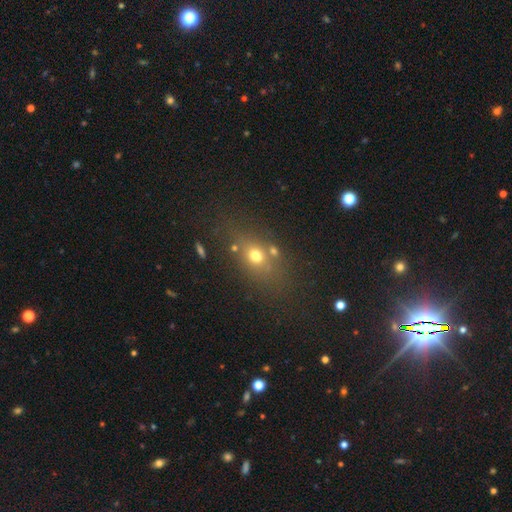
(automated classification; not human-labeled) Smooth or featured? Predicted: smooth (p=0.65). How rounded? Predicted: in between (p=0.57). Merging? Predicted: none (p=0.62).